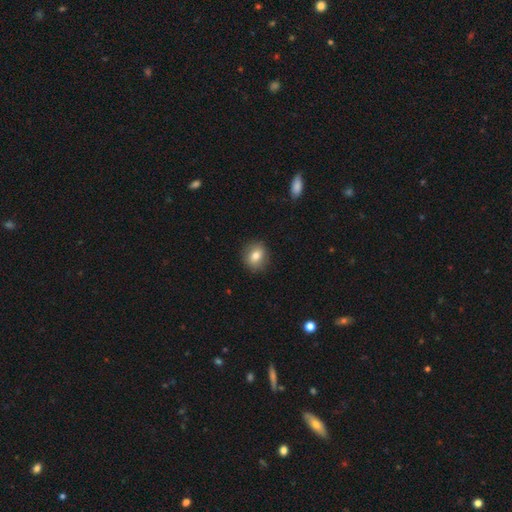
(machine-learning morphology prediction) smooth_or_featured: smooth (p=0.80) [alt: featured or disk p=0.11]
how_rounded: round (p=0.64) [alt: in between p=0.35]
merging: none (p=0.87) [alt: minor disturbance p=0.09]